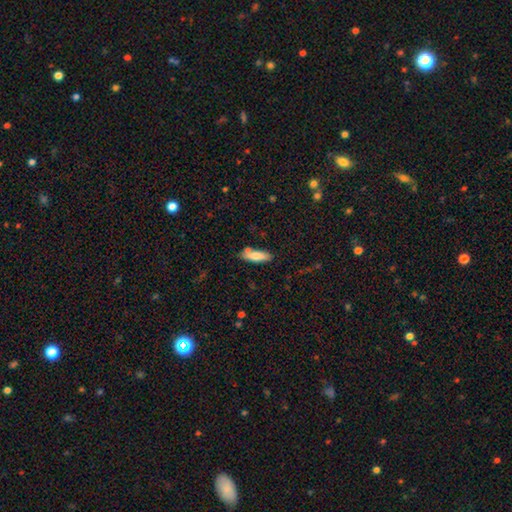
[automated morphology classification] Smooth or featured? smooth (78%)
How rounded? in between (56%)
Merging? none (72%)